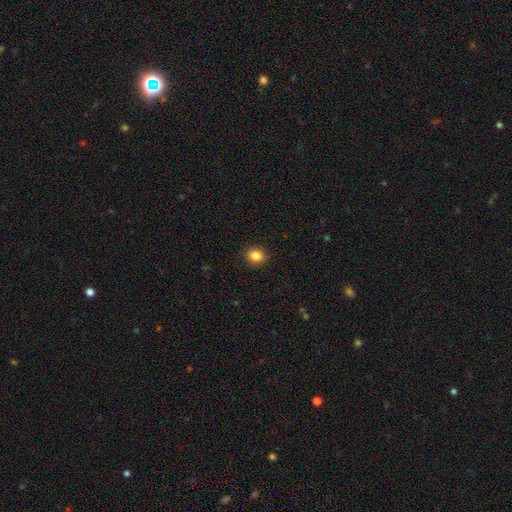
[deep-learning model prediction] smooth-or-featured: smooth: 84% | star or artifact: 11% | featured or disk: 5%
  how-rounded: round: 75% | in between: 24% | cigar-shaped: 1%
  merging: none: 92% | minor disturbance: 6% | major disturbance: 2% | merger: 1%